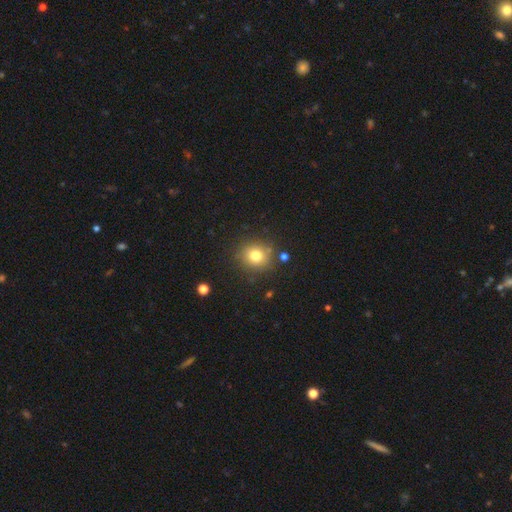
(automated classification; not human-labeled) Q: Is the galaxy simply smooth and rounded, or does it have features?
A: smooth — 78%.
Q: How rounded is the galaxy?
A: round — 83%.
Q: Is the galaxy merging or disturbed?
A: none — 85%.